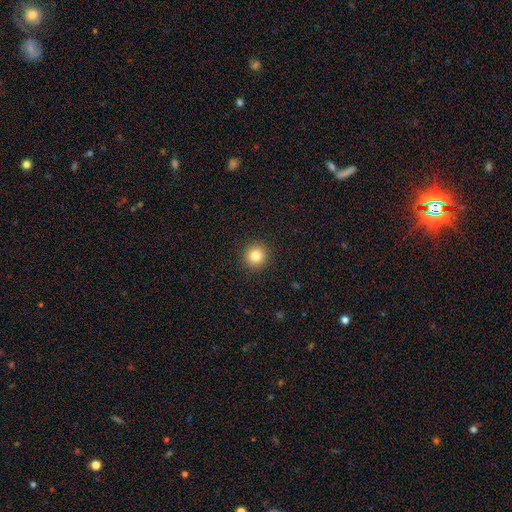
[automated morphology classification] A smooth galaxy with no disk features (82%) that is round (94%).

Vote fractions:
- Smooth or featured? smooth: 82% / star or artifact: 11% / featured or disk: 7%
- How rounded? round: 94% / in between: 5% / cigar-shaped: 1%
- Merging? none: 93% / minor disturbance: 5% / major disturbance: 2% / merger: 1%